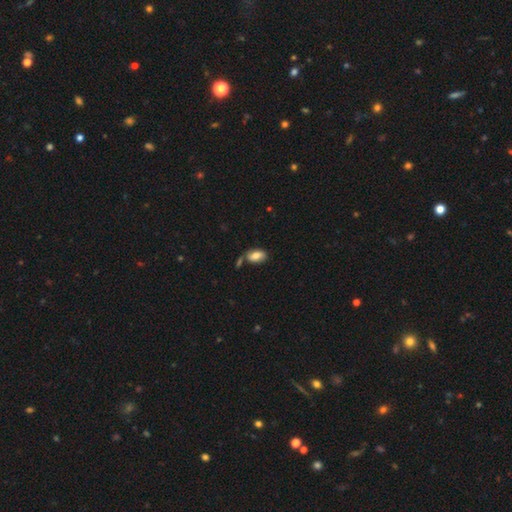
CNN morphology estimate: Smooth or featured?
  - smooth: 80% *
  - featured or disk: 12%
  - star or artifact: 8%
How rounded?
  - in between: 92% *
  - round: 5%
  - cigar-shaped: 3%
Merging?
  - none: 61% *
  - minor disturbance: 18%
  - merger: 15%
  - major disturbance: 6%